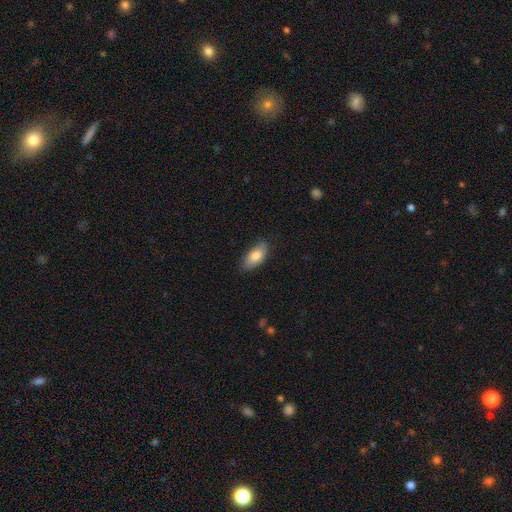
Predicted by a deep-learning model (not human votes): Q: Smooth or featured?
A: smooth (81%); runner-up: featured or disk (12%)
Q: How rounded?
A: in between (88%); runner-up: cigar-shaped (10%)
Q: Merging?
A: none (82%); runner-up: minor disturbance (15%)